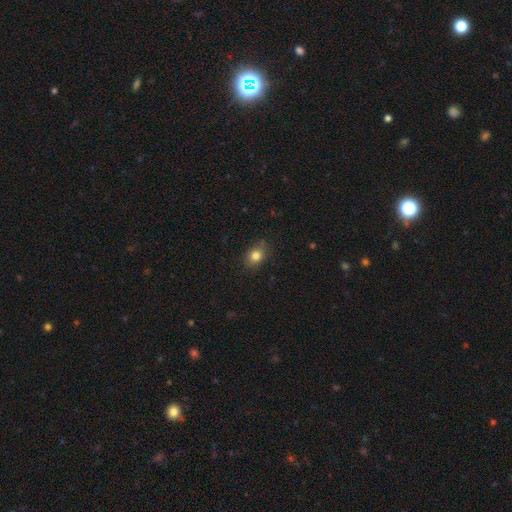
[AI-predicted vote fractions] smooth-or-featured: smooth: 82% | star or artifact: 11% | featured or disk: 8%
  how-rounded: in between: 59% | round: 39% | cigar-shaped: 2%
  merging: none: 82% | minor disturbance: 14% | major disturbance: 3% | merger: 1%